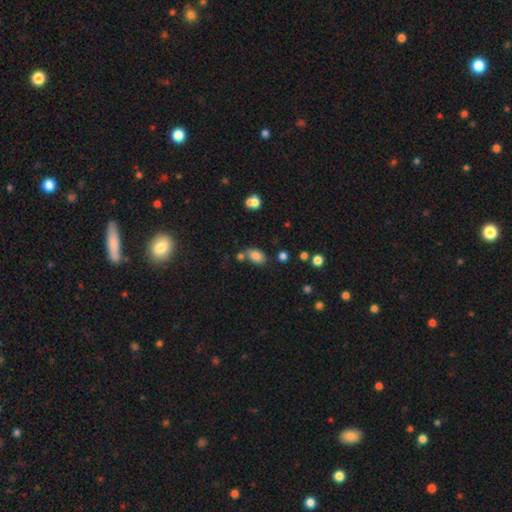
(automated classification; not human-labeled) The model was most divided on "merging": none: 57%, merger: 20%, minor disturbance: 17%, major disturbance: 6%. More confident: how rounded — in between (86%); smooth or featured — smooth (82%).